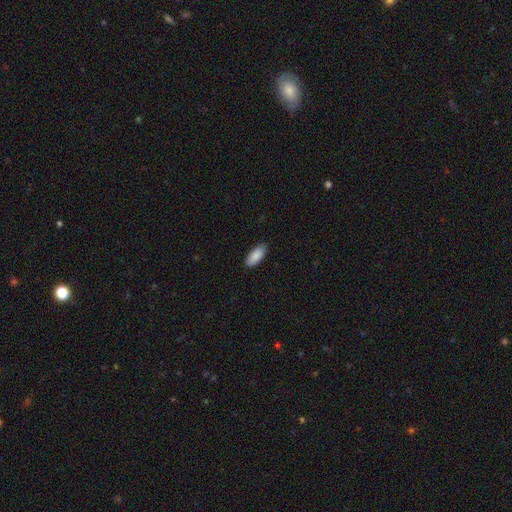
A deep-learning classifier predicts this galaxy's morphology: A smooth galaxy with no disk features (89%) that is in between round and cigar-shaped (84%).

Vote fractions:
- Smooth or featured? smooth: 89% / star or artifact: 6% / featured or disk: 5%
- How rounded? in between: 84% / cigar-shaped: 15% / round: 2%
- Merging? none: 87% / minor disturbance: 10% / major disturbance: 2% / merger: 1%